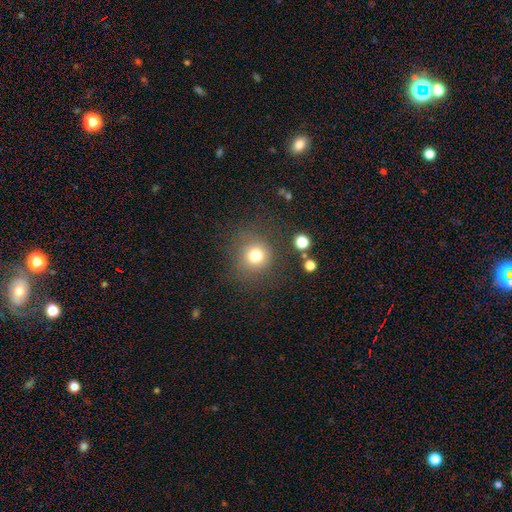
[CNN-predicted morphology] The model was most divided on "smooth or featured": smooth: 77%, star or artifact: 15%, featured or disk: 8%. More confident: how rounded — round (91%); merging — none (81%).